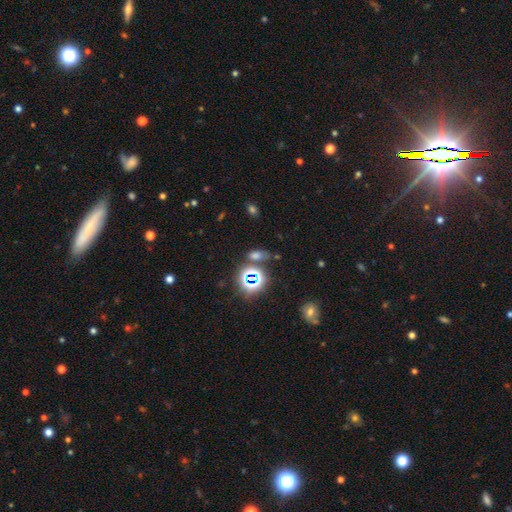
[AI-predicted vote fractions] A smooth galaxy with no disk features (50%).

Vote fractions:
- Smooth or featured? smooth: 50% / star or artifact: 41% / featured or disk: 9%
- Merging? none: 67% / minor disturbance: 15% / merger: 12% / major disturbance: 7%